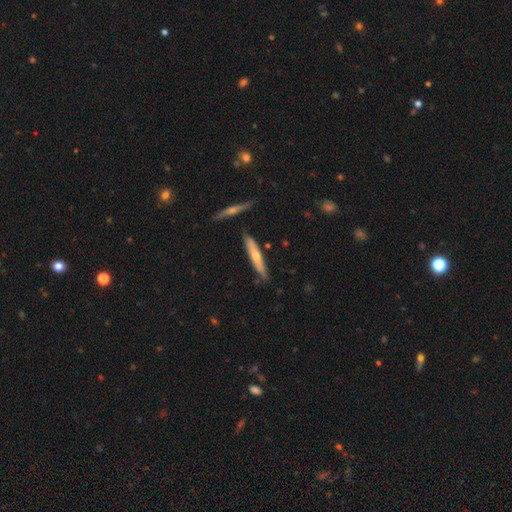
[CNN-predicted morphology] The model was most divided on "smooth or featured" (2-way tie): smooth: 47%, featured or disk: 47%, star or artifact: 6%. More confident: merging — none (79%).